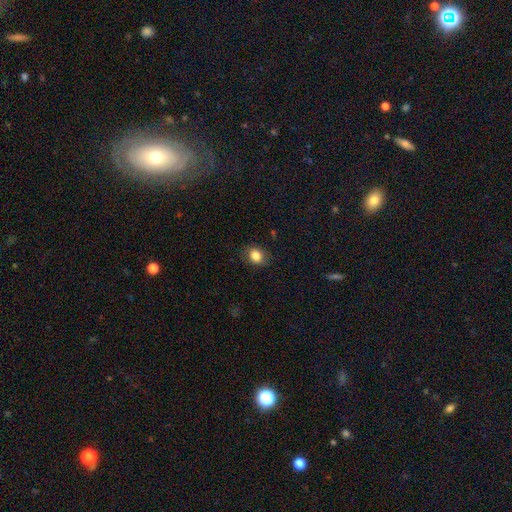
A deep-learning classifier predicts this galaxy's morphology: Smooth or featured? Predicted: smooth (p=0.84). How rounded? Predicted: in between (p=0.53). Merging? Predicted: none (p=0.83).